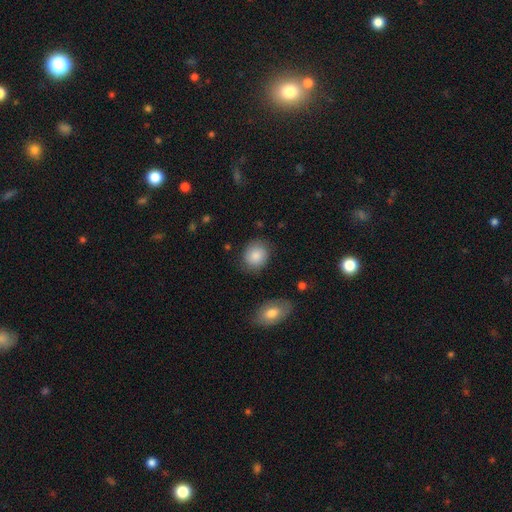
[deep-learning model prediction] Q: Smooth or featured?
A: smooth (85%); runner-up: featured or disk (7%)
Q: How rounded?
A: round (63%); runner-up: in between (36%)
Q: Merging?
A: none (82%); runner-up: minor disturbance (13%)